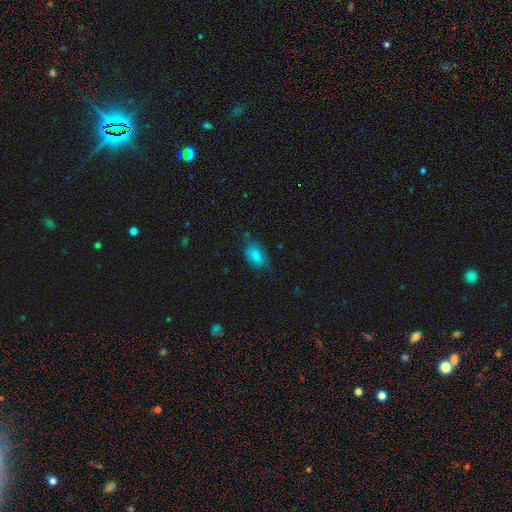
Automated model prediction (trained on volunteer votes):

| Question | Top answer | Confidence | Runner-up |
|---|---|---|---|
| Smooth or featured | smooth | 76% | featured or disk (15%) |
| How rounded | in between | 88% | round (10%) |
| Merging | none | 59% | minor disturbance (29%) |